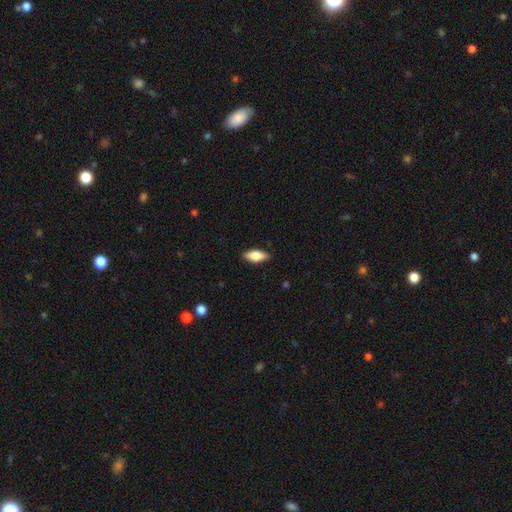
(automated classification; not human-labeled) A smooth galaxy with no disk features (78%) that is in between round and cigar-shaped (82%).

Vote fractions:
- Smooth or featured? smooth: 78% / featured or disk: 15% / star or artifact: 6%
- How rounded? in between: 82% / cigar-shaped: 15% / round: 2%
- Merging? none: 88% / minor disturbance: 9% / major disturbance: 2% / merger: 1%